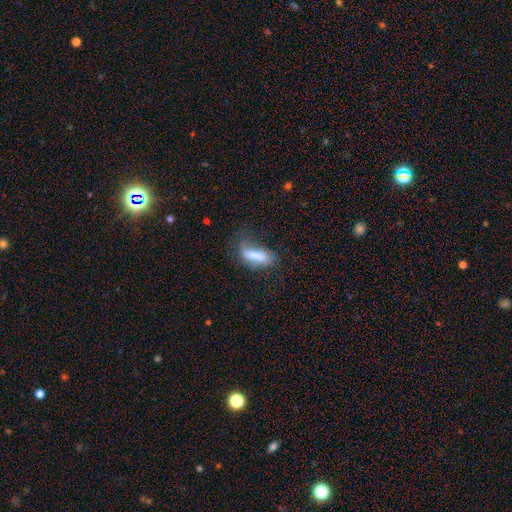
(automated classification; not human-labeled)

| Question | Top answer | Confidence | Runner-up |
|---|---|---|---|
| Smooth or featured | smooth | 69% | featured or disk (22%) |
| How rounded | in between | 57% | cigar-shaped (41%) |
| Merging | none | 39% | minor disturbance (30%) |